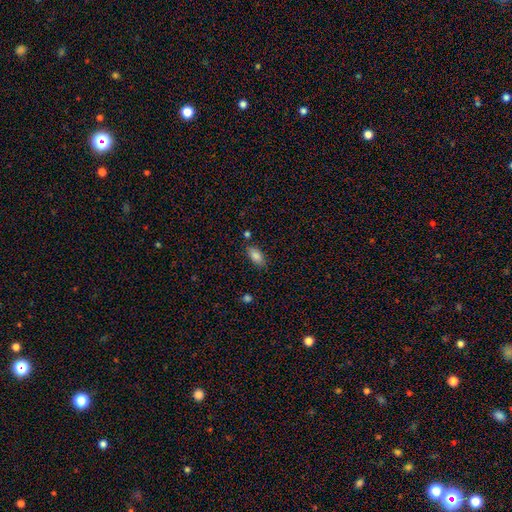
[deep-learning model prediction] This is clearly a smooth galaxy (85%). How rounded: clearly in between (90%). Merging: likely none (77%).